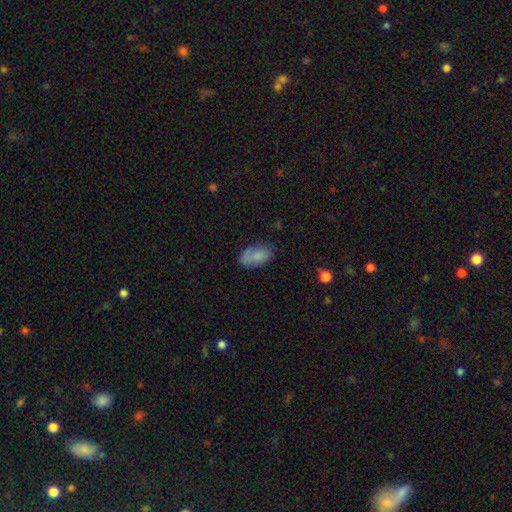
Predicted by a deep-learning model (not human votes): Q: Smooth or featured?
A: smooth (77%); runner-up: featured or disk (15%)
Q: How rounded?
A: in between (93%); runner-up: round (5%)
Q: Merging?
A: none (64%); runner-up: minor disturbance (24%)